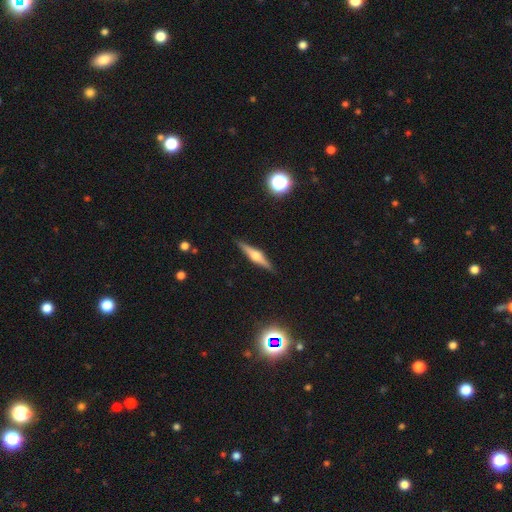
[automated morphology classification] Overall: featured or disk (71%). Edge-on disk: yes (97%). Edge-on bulge: rounded (92%). Merging: none (90%).